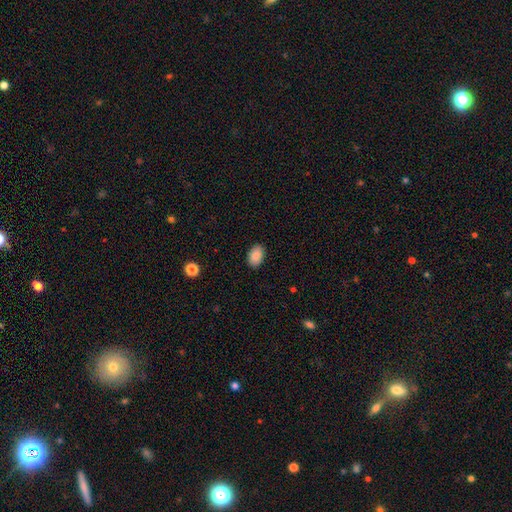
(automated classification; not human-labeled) Overall: smooth (89%). How rounded: in between (88%). Merging: none (89%).